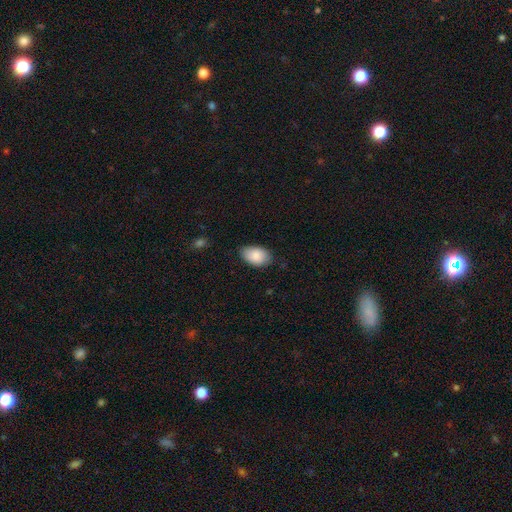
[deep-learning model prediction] Smooth or featured?
  - smooth: 87% *
  - featured or disk: 7%
  - star or artifact: 6%
How rounded?
  - in between: 92% *
  - round: 7%
  - cigar-shaped: 1%
Merging?
  - none: 76% *
  - minor disturbance: 20%
  - major disturbance: 3%
  - merger: 1%